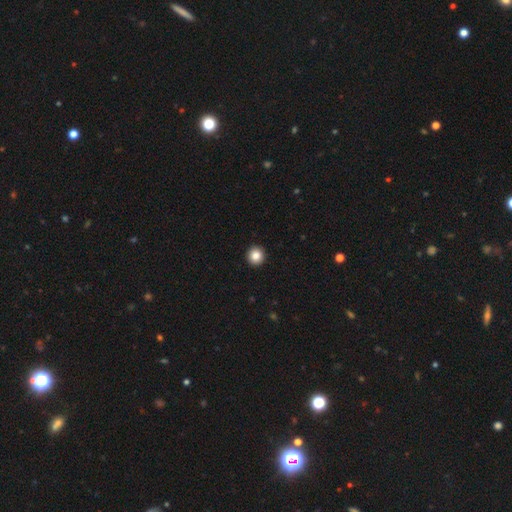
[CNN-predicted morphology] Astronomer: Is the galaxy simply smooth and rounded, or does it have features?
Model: smooth — 86%.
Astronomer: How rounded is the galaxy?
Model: round — 93%.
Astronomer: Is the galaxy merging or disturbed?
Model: none — 94%.